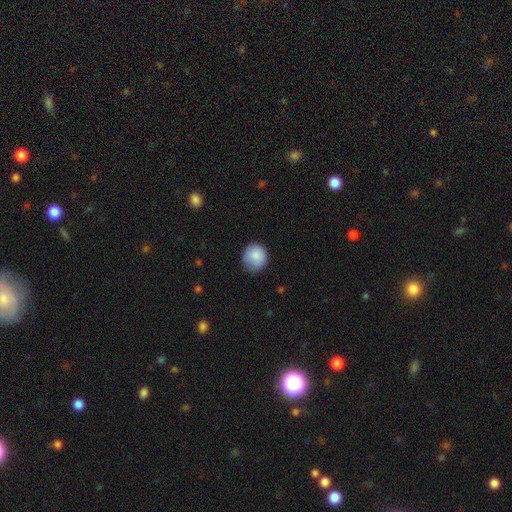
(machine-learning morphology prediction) smooth 87%, star or artifact 8%, featured or disk 6%. Down the decision tree: how rounded — round (87%); merging — none (75%).